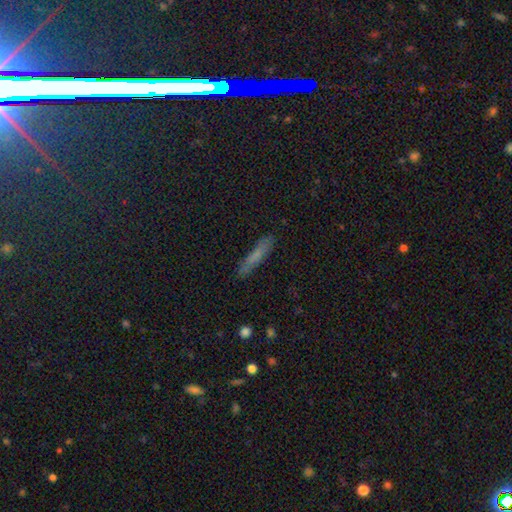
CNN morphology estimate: Overall: smooth (68%). How rounded: cigar-shaped (91%). Merging: none (85%).